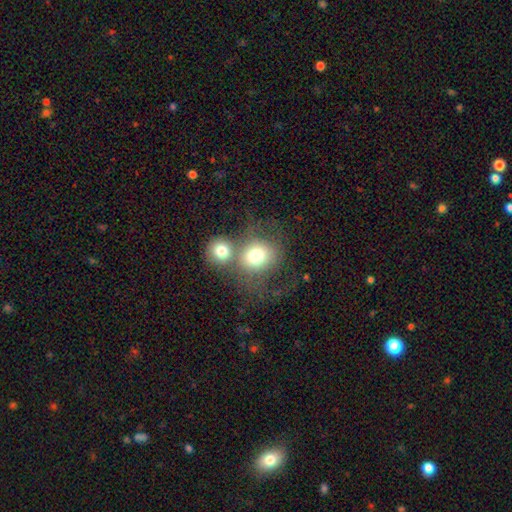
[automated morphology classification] Q: Smooth or featured?
A: smooth (71%); runner-up: featured or disk (18%)
Q: How rounded?
A: round (80%); runner-up: in between (19%)
Q: Merging?
A: merger (50%); runner-up: none (31%)